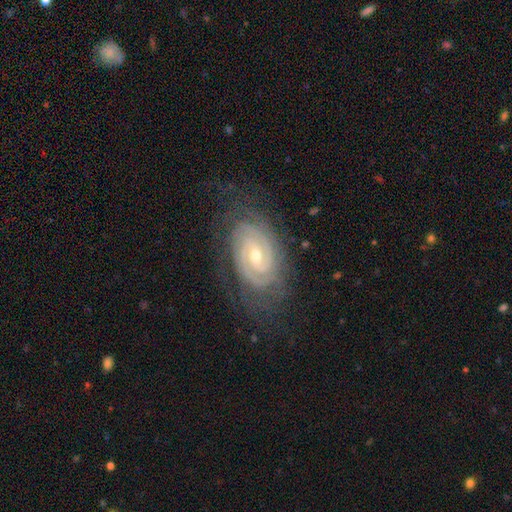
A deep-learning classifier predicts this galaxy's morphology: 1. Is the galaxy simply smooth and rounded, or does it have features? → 90% featured or disk, 6% star or artifact, 4% smooth.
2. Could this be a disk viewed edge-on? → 97% no, 3% yes.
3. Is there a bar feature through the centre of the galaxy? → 41% weak (tied), 41% no (tied), 18% strong.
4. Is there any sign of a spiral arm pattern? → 98% yes, 2% no.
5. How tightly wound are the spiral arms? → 81% tight, 16% medium, 3% loose.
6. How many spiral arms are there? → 66% 2, 12% 3, 11% can't tell, 5% 4, 4% more than 4, 3% 1.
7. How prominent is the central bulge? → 54% small, 43% moderate, 1% large, 1% none, 1% dominant.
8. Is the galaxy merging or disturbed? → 76% none, 16% minor disturbance, 7% major disturbance, 1% merger.